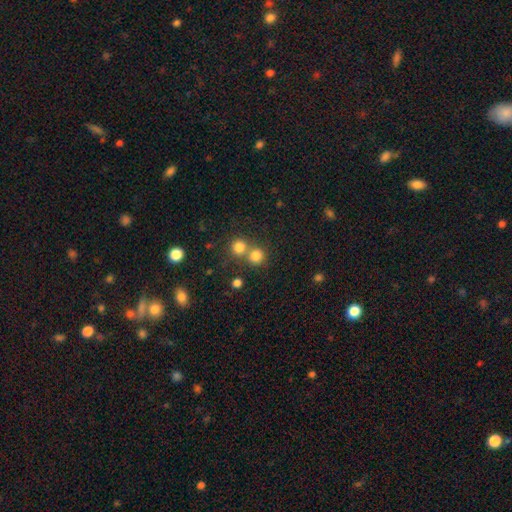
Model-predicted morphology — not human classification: smooth 79%, star or artifact 14%, featured or disk 7%. Down the decision tree: how rounded — round (88%); merging — none (54%).